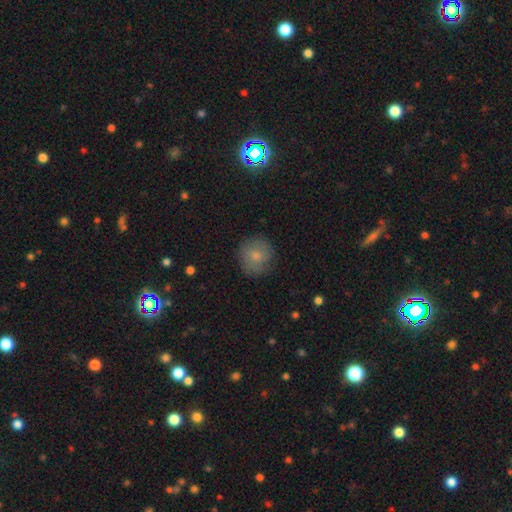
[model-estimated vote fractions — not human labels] A smooth galaxy with no disk features (74%) that is round (90%).

Vote fractions:
- Smooth or featured? smooth: 74% / featured or disk: 19% / star or artifact: 8%
- How rounded? round: 90% / in between: 9% / cigar-shaped: 1%
- Merging? none: 80% / minor disturbance: 15% / major disturbance: 4% / merger: 1%